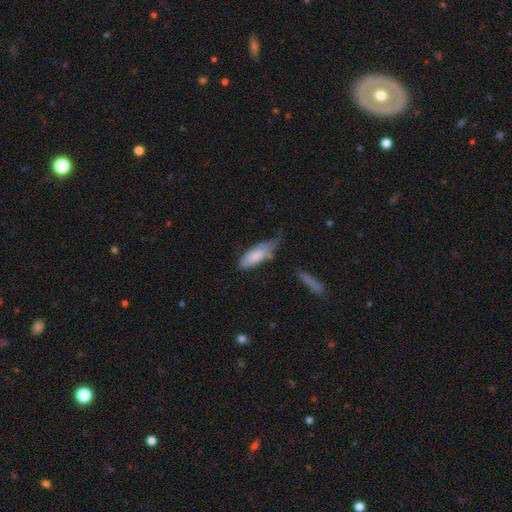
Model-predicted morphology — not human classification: Smooth or featured? smooth (78%)
How rounded? in between (78%)
Merging? minor disturbance (44%)